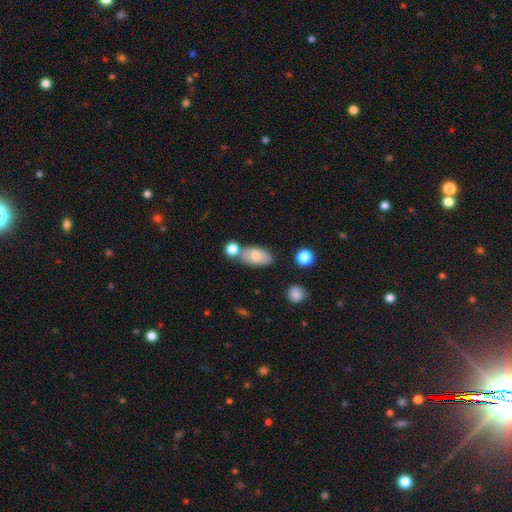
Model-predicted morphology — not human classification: This appears to be a smooth galaxy with no disk features (76%) that is in between round and cigar-shaped (90%). Merging: none (58%).